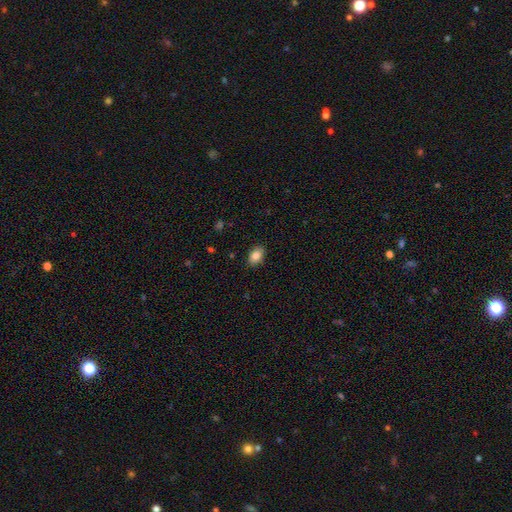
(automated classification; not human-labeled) Overall: smooth (86%). How rounded: in between (87%). Merging: none (88%).